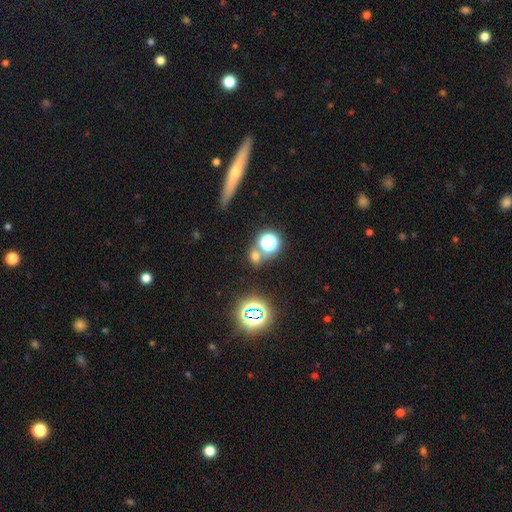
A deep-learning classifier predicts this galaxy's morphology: smooth-or-featured: smooth: 54% | star or artifact: 37% | featured or disk: 9%
  how-rounded: round: 59% | in between: 38% | cigar-shaped: 3%
  merging: none: 63% | merger: 23% | minor disturbance: 9% | major disturbance: 5%